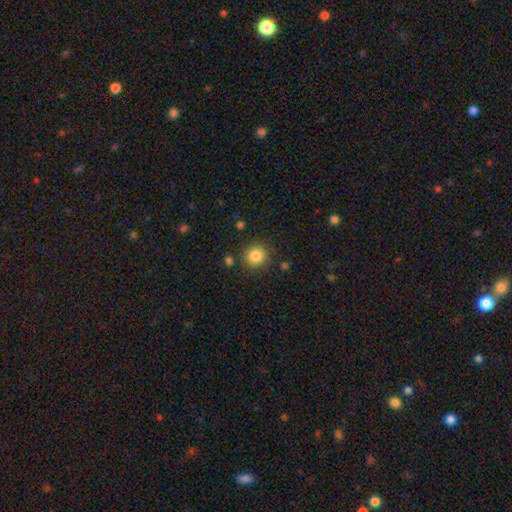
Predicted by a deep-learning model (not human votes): This appears to be a smooth galaxy with no disk features (83%) that is round (89%). Merging: none (85%).